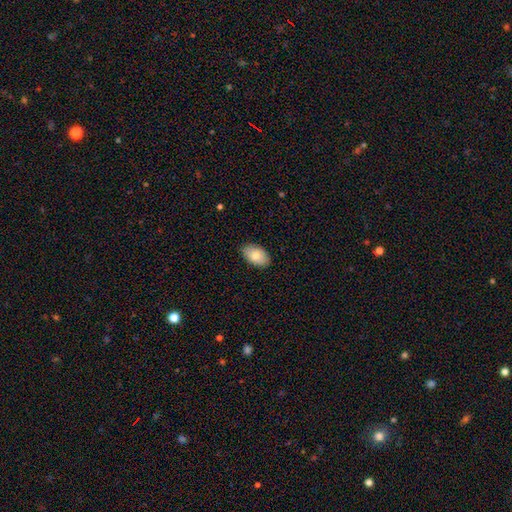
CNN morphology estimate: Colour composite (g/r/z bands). It shows a smooth galaxy with no disk features (83%) that is in between round and cigar-shaped (92%). Merging: none (86%).